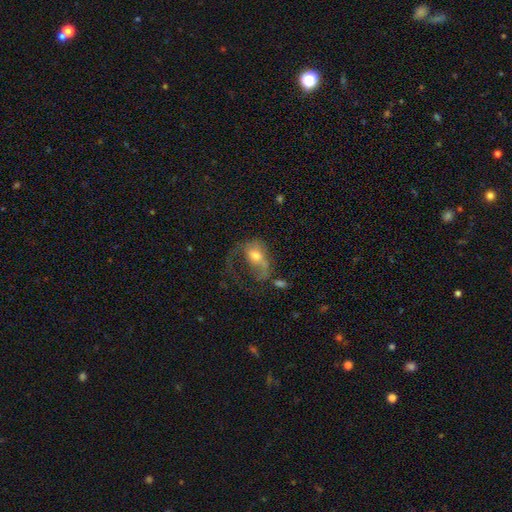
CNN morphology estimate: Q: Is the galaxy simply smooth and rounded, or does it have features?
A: smooth — 48%.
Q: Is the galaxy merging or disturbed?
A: major disturbance — 60%.